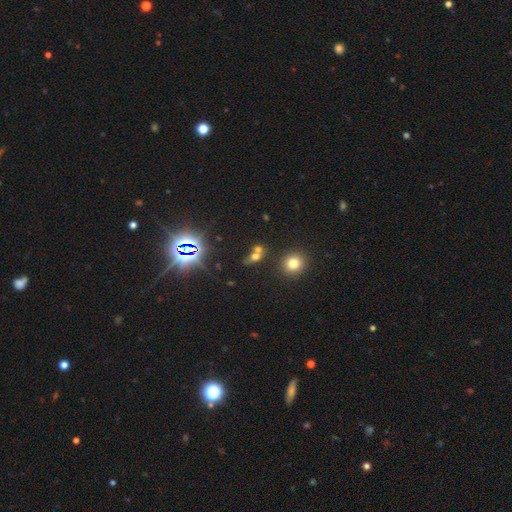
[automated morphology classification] Smooth or featured?
  - smooth: 55% *
  - star or artifact: 30%
  - featured or disk: 16%
How rounded?
  - in between: 50% *
  - round: 42%
  - cigar-shaped: 8%
Merging?
  - merger: 44% *
  - none: 41%
  - minor disturbance: 9%
  - major disturbance: 6%